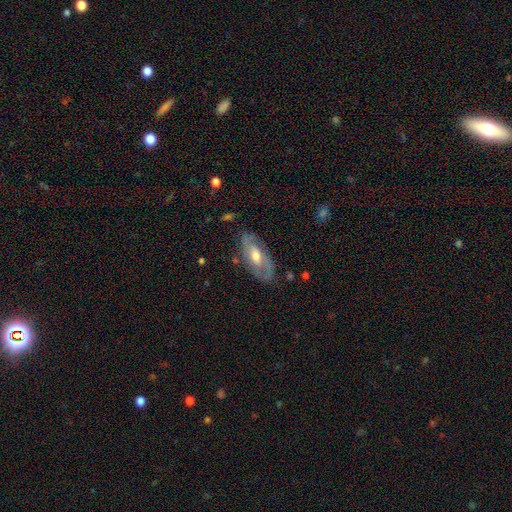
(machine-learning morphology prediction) The model was most divided on "spiral winding": tight: 44%, medium: 41%, loose: 15%. Remaining: edge-on disk — no (89%); spiral arms — yes (81%); merging — none (79%); smooth or featured — featured or disk (75%); spiral arm count — 2 (71%); bulge size — moderate (71%); bar — no (45%).